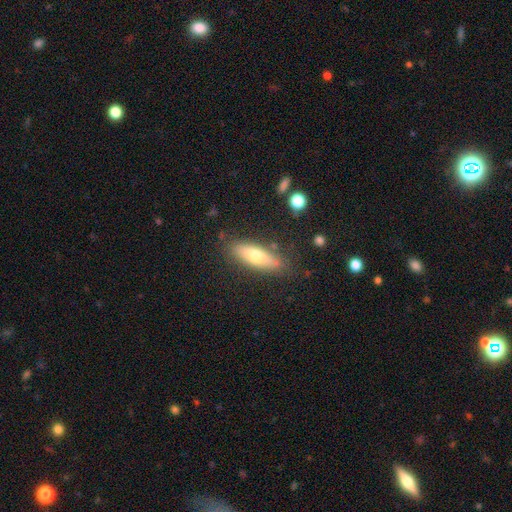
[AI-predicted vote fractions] Smooth or featured? Predicted: smooth (p=0.62). How rounded? Predicted: cigar-shaped (p=0.51). Merging? Predicted: none (p=0.81).